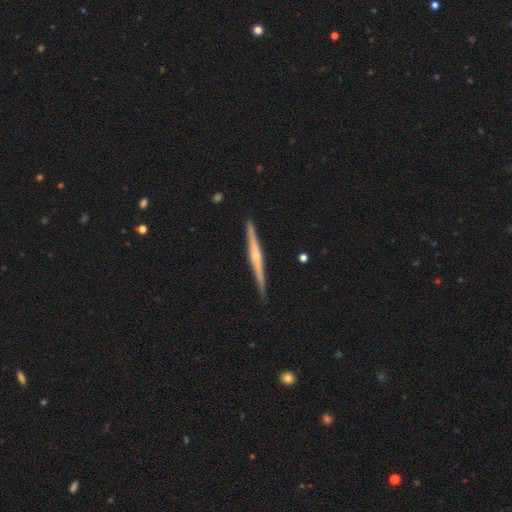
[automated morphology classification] featured or disk 73%, smooth 22%, star or artifact 5%. Down the decision tree: edge-on disk — yes (98%); edge-on bulge — rounded (62%); merging — none (89%).